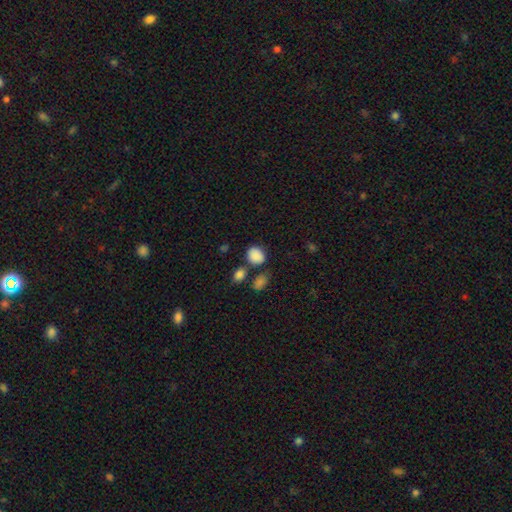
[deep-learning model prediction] Overall: smooth (87%). How rounded: round (50%; in between 49%). Merging: none (63%).